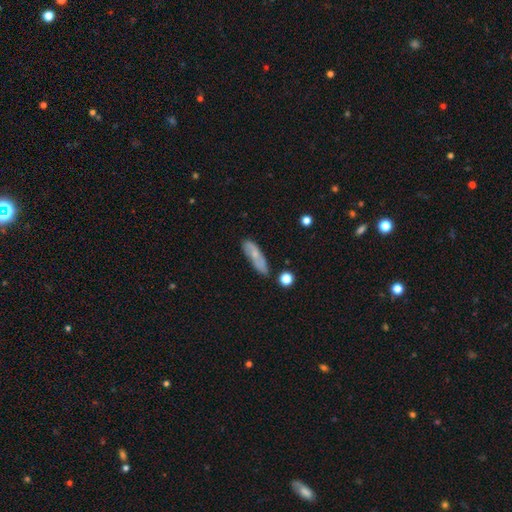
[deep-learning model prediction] smooth-or-featured: smooth: 56% | featured or disk: 36% | star or artifact: 8%
  how-rounded: cigar-shaped: 59% | in between: 38% | round: 3%
  merging: none: 72% | minor disturbance: 20% | major disturbance: 5% | merger: 4%